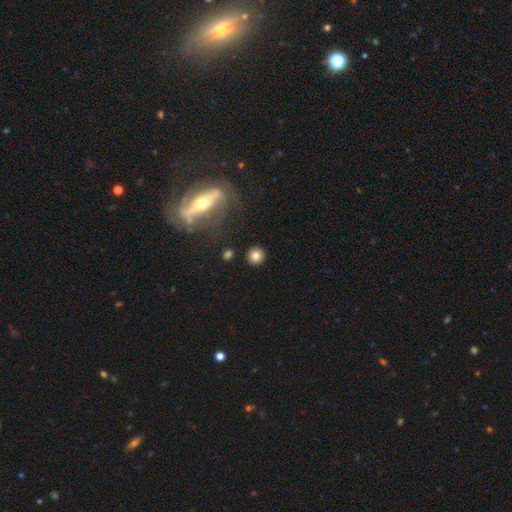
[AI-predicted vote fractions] Smooth or featured? Predicted: smooth (p=0.79). How rounded? Predicted: round (p=0.93). Merging? Predicted: none (p=0.89).